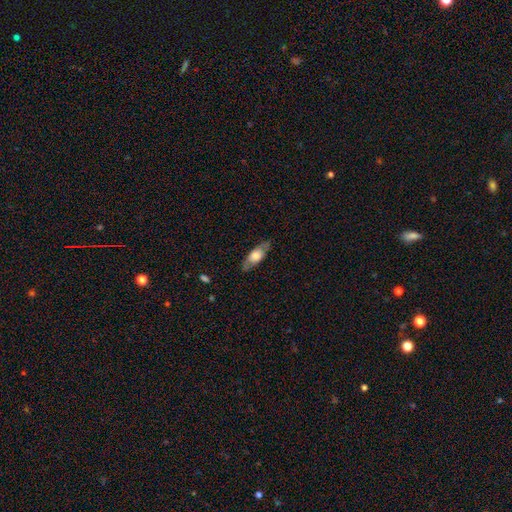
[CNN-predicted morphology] Smooth or featured?
  - smooth: 48% *
  - featured or disk: 46%
  - star or artifact: 6%
Merging?
  - none: 79% *
  - minor disturbance: 15%
  - major disturbance: 4%
  - merger: 1%